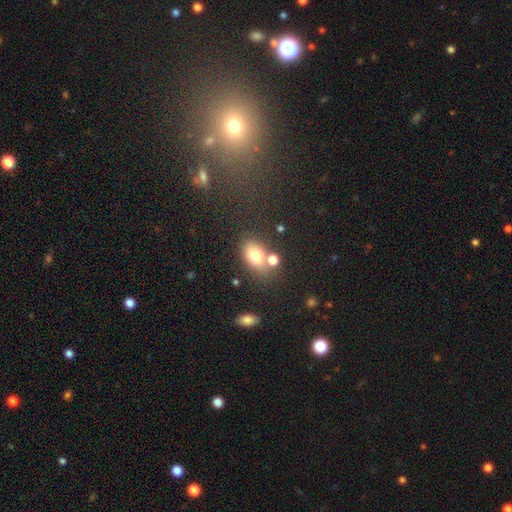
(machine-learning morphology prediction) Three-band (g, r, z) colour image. It shows a smooth galaxy with no disk features (74%) that is in between round and cigar-shaped (79%). Merging: none (56%).